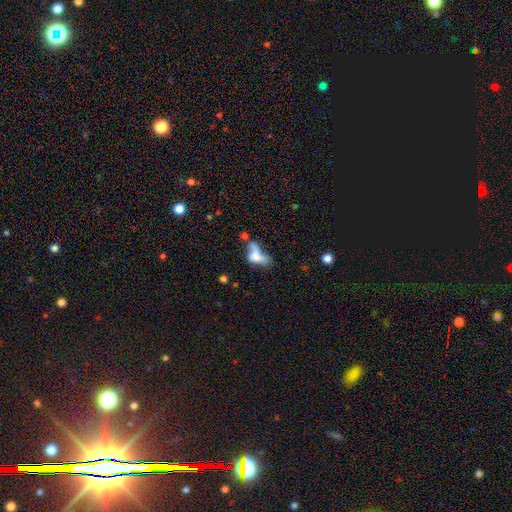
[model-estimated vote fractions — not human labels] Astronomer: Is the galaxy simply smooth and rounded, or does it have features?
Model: smooth — 50% (runner-up: featured or disk, 37%).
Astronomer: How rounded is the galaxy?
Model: in between — 76%.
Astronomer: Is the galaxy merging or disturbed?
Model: merger — 37% (runner-up: major disturbance, 32%).